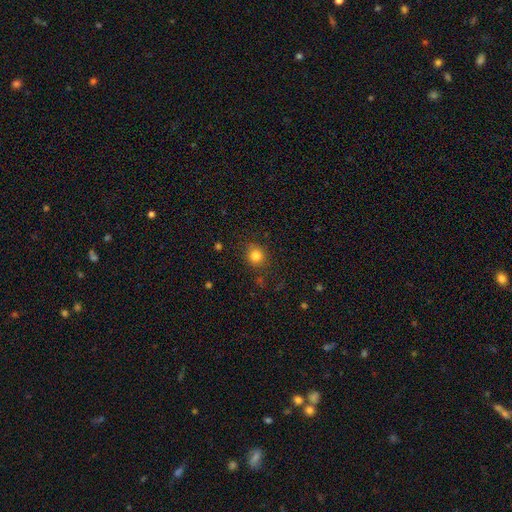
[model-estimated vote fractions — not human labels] Smooth or featured?
  - smooth: 82% *
  - star or artifact: 12%
  - featured or disk: 6%
How rounded?
  - round: 87% *
  - in between: 12%
  - cigar-shaped: 1%
Merging?
  - none: 85% *
  - minor disturbance: 10%
  - major disturbance: 3%
  - merger: 2%